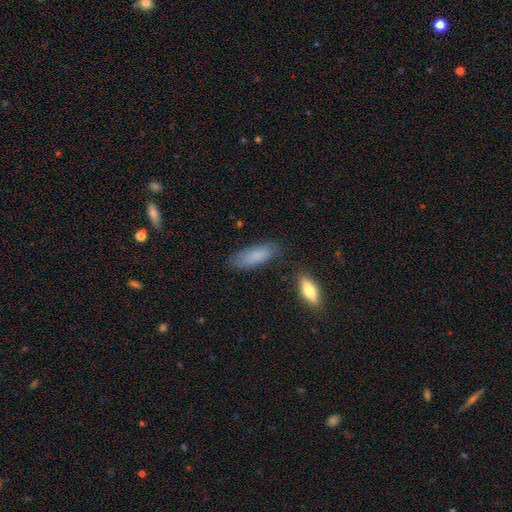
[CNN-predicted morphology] This is clearly a smooth galaxy (83%). How rounded: possibly in between (59%). Merging: likely none (72%).